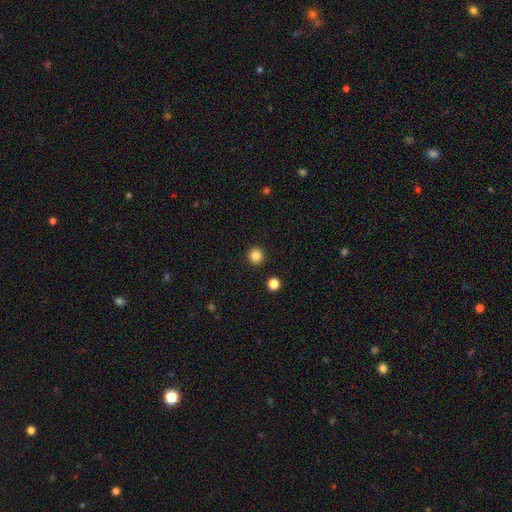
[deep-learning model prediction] This is clearly a smooth galaxy (85%). How rounded: clearly round (94%). Merging: clearly none (93%).